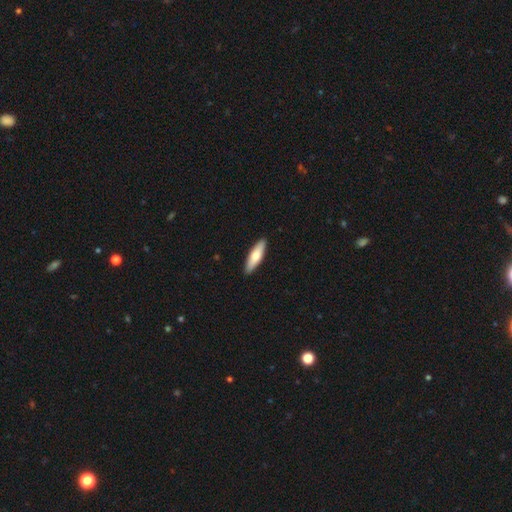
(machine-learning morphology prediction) Smooth or featured?
  - smooth: 69% *
  - featured or disk: 26%
  - star or artifact: 5%
How rounded?
  - cigar-shaped: 58% *
  - in between: 40%
  - round: 2%
Merging?
  - none: 91% *
  - minor disturbance: 7%
  - major disturbance: 1%
  - merger: 1%